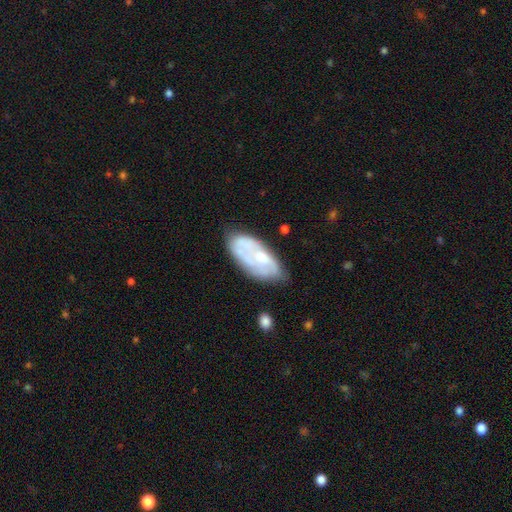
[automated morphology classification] featured or disk 56%, smooth 37%, star or artifact 7%. Down the decision tree: edge-on disk — no (92%); bar — no (79%); spiral arms — no (51%); bulge size — moderate (51%); merging — none (54%).